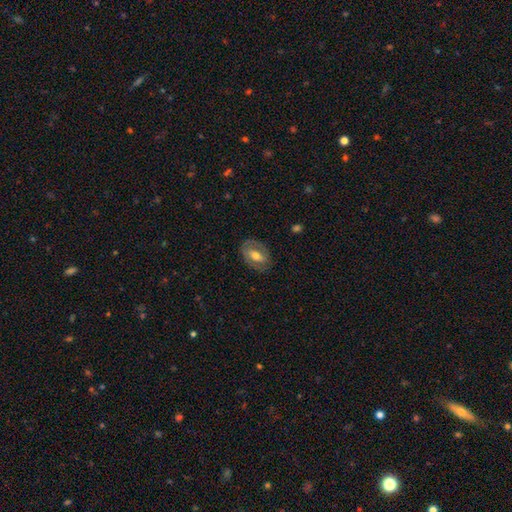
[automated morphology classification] smooth_or_featured: featured or disk (p=0.49) [alt: smooth p=0.45]
merging: none (p=0.78) [alt: minor disturbance p=0.15]